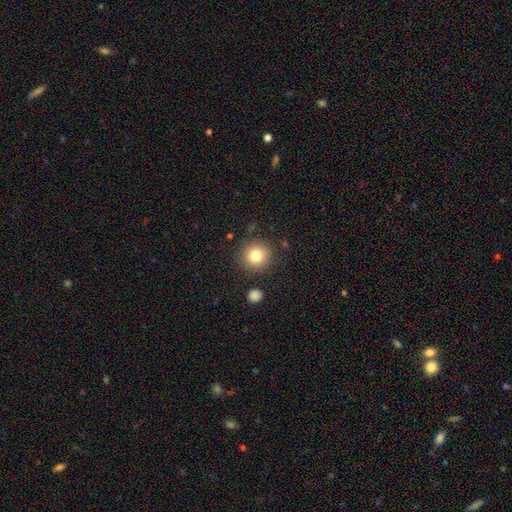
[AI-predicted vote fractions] Overall: smooth (80%). How rounded: round (93%). Merging: none (87%).